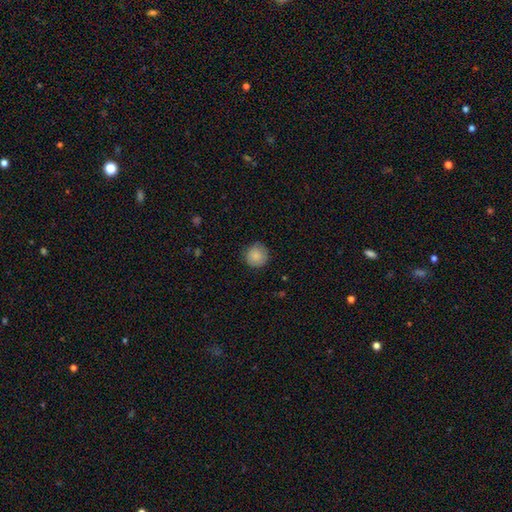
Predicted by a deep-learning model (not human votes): smooth 85%, star or artifact 8%, featured or disk 7%. Down the decision tree: how rounded — round (94%); merging — none (83%).